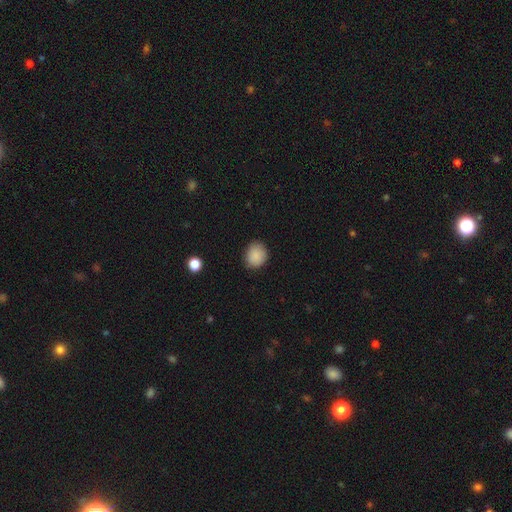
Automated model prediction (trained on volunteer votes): smooth-or-featured: smooth: 87% | star or artifact: 9% | featured or disk: 4%
  how-rounded: round: 69% | in between: 30% | cigar-shaped: 1%
  merging: none: 82% | minor disturbance: 14% | major disturbance: 3% | merger: 1%